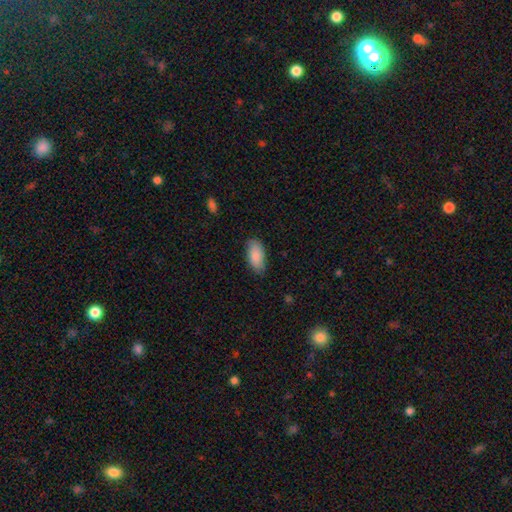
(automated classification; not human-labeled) Smooth or featured: smooth — 88% (star or artifact — 6%)
How rounded: in between — 93% (cigar-shaped — 5%)
Merging: none — 81% (minor disturbance — 15%)